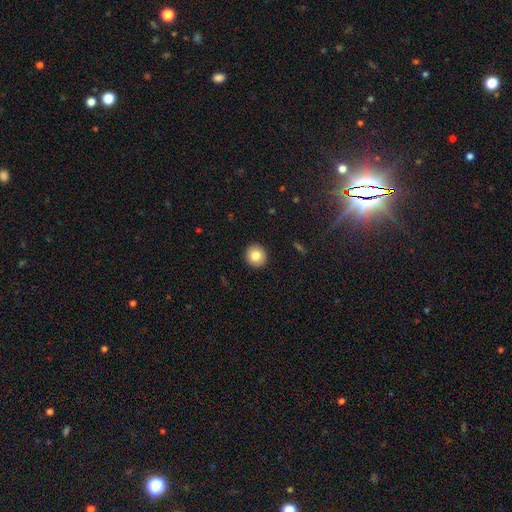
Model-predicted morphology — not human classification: The model was most divided on "smooth or featured": smooth: 82%, featured or disk: 9%, star or artifact: 9%. More confident: merging — none (93%); how rounded — round (92%).